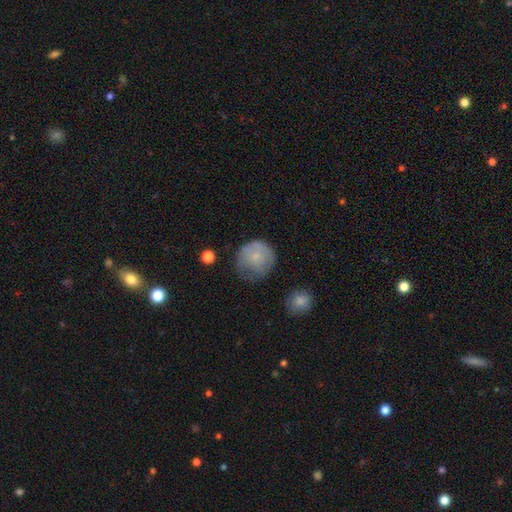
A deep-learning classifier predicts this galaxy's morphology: Smooth or featured? Predicted: smooth (p=0.73). How rounded? Predicted: round (p=0.89). Merging? Predicted: none (p=0.52).